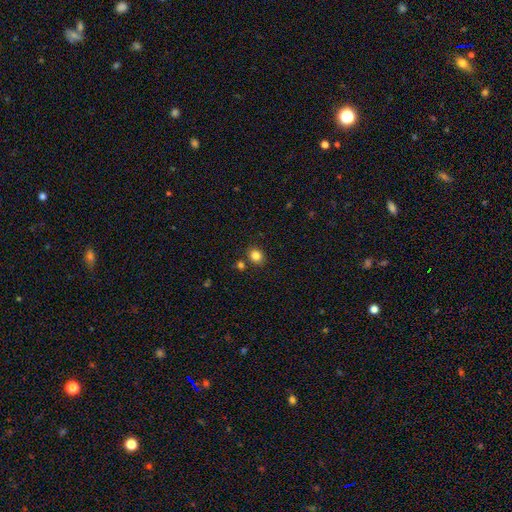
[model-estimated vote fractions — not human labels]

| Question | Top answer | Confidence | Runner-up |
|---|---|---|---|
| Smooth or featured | smooth | 83% | star or artifact (12%) |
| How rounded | round | 69% | in between (30%) |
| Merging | none | 81% | minor disturbance (9%) |